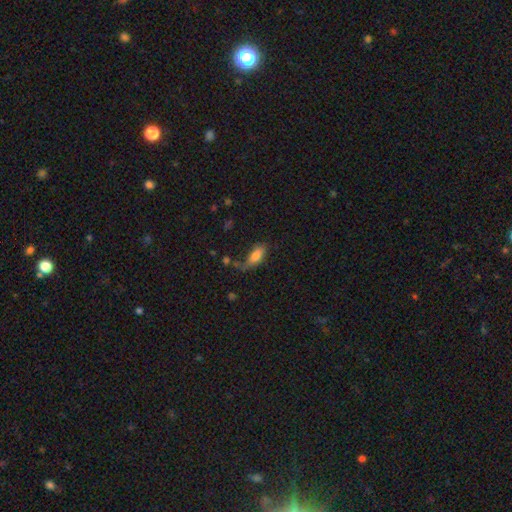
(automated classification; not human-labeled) smooth_or_featured: smooth (p=0.74) [alt: featured or disk p=0.17]
how_rounded: in between (p=0.79) [alt: cigar-shaped p=0.18]
merging: none (p=0.41) [alt: minor disturbance p=0.28]